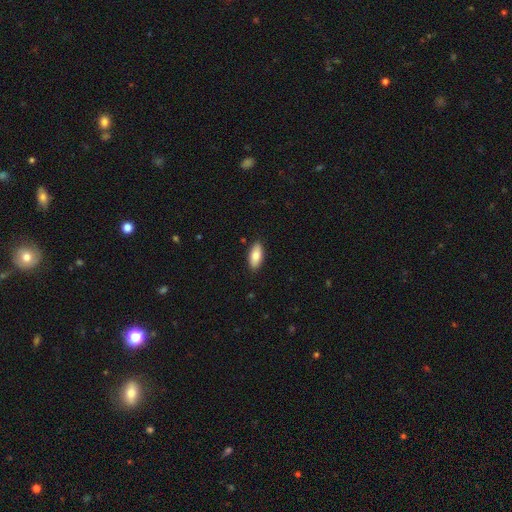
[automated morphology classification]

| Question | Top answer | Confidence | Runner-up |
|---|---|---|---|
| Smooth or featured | smooth | 84% | featured or disk (10%) |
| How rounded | in between | 86% | cigar-shaped (12%) |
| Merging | none | 89% | minor disturbance (8%) |